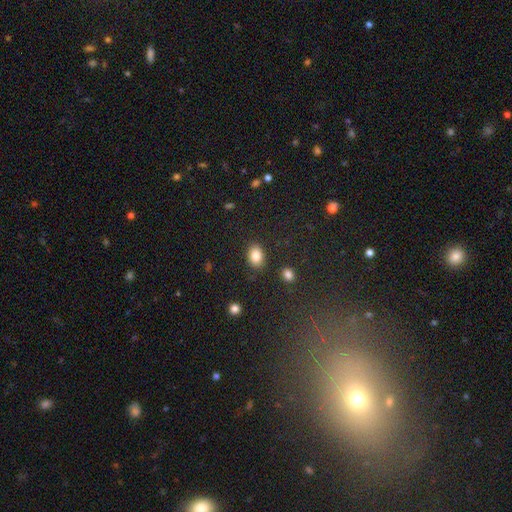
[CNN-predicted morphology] Overall: smooth (86%). How rounded: in between (78%). Merging: none (85%).